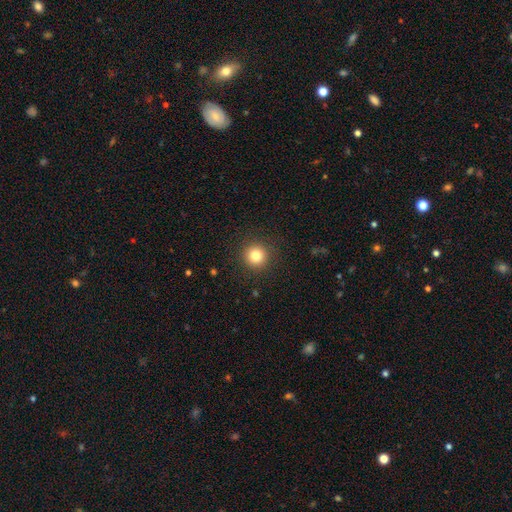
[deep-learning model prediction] A smooth galaxy with no disk features (81%) that is round (95%). Merging: none (91%).